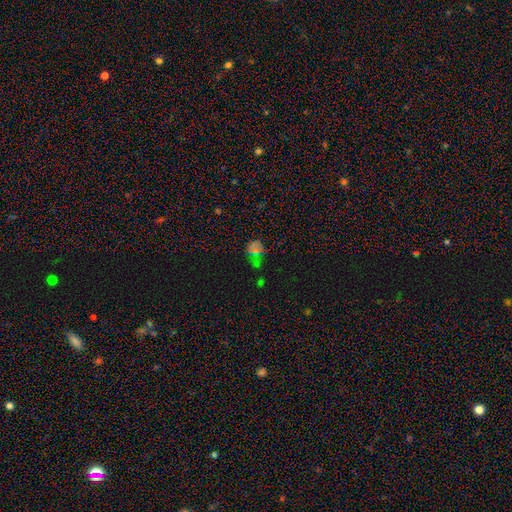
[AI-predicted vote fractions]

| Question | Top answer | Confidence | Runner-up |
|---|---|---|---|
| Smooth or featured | star or artifact | 50% | smooth (36%) |